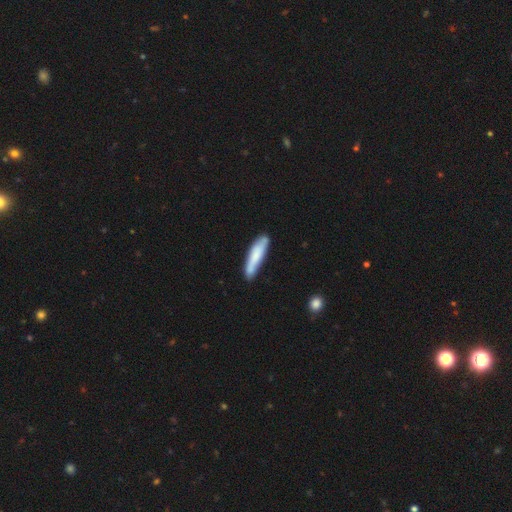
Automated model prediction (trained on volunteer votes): The model was most divided on "smooth or featured": smooth: 72%, featured or disk: 23%, star or artifact: 5%. More confident: how rounded — cigar-shaped (84%); merging — none (73%).